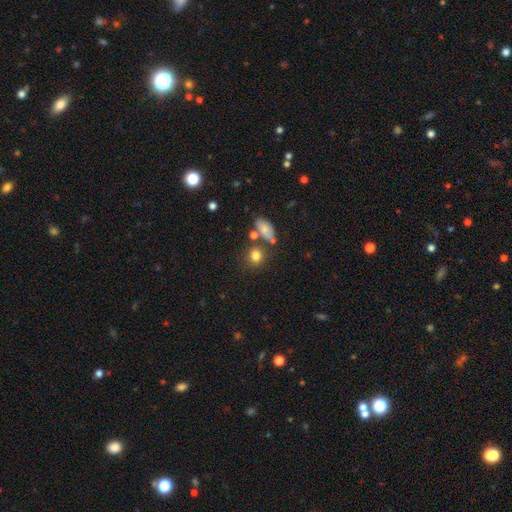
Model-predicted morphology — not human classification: smooth-or-featured: smooth: 80% | star or artifact: 12% | featured or disk: 9%
  how-rounded: round: 71% | in between: 27% | cigar-shaped: 2%
  merging: none: 67% | merger: 16% | minor disturbance: 13% | major disturbance: 5%